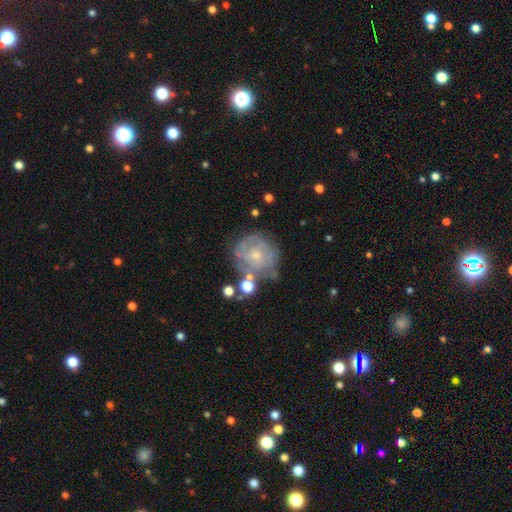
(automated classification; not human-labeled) This is likely a featured or disk galaxy (69%). It is clearly not viewed edge-on (98%). Bar: clearly no (81%). Spiral arm pattern: likely yes (71%). Central bulge: possibly small (55%). Merging: possibly none (57%).